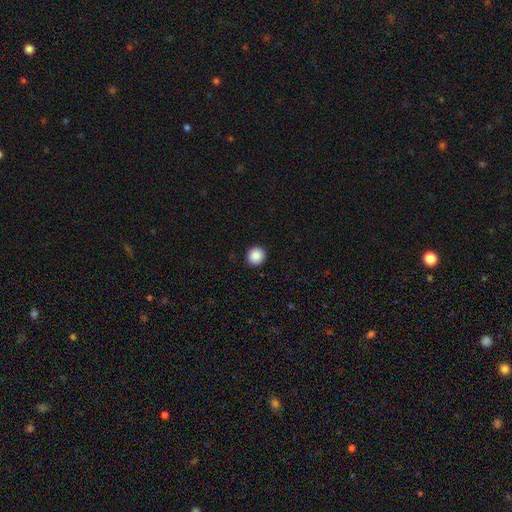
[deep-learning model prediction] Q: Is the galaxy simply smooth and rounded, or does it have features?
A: smooth — 89%.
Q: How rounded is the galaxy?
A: round — 93%.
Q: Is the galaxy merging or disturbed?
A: none — 93%.